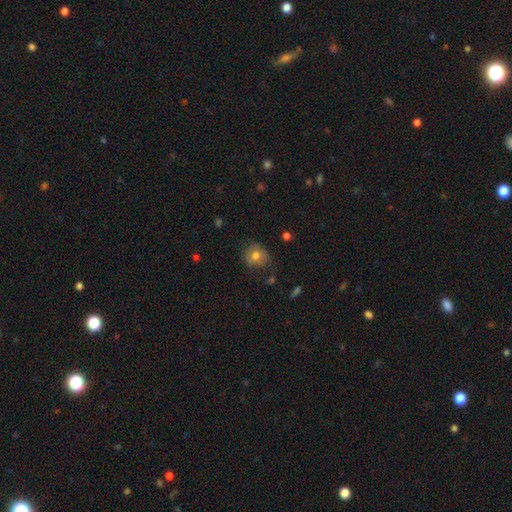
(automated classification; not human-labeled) Smooth or featured: smooth — 73% (featured or disk — 18%)
How rounded: round — 77% (in between — 22%)
Merging: none — 69% (minor disturbance — 23%)